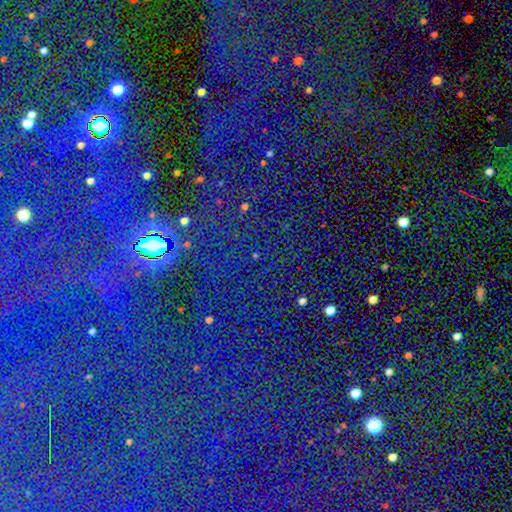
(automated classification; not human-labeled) This is clearly a star or artifact rather than a galaxy (81%).